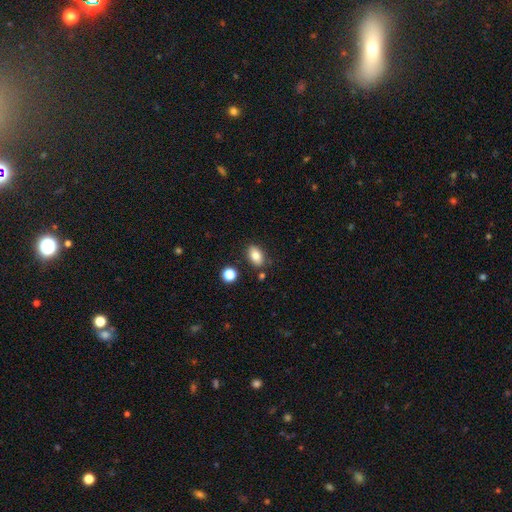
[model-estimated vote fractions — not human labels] Smooth or featured? smooth (82%)
How rounded? in between (88%)
Merging? none (82%)